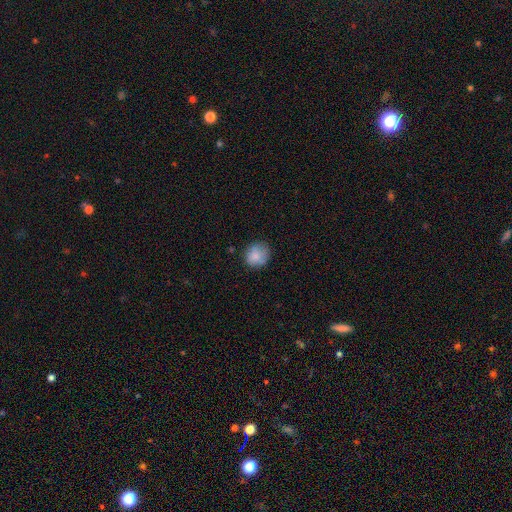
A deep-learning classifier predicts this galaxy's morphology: Smooth or featured?
  - smooth: 84% *
  - featured or disk: 8%
  - star or artifact: 8%
How rounded?
  - round: 82% *
  - in between: 17%
  - cigar-shaped: 1%
Merging?
  - none: 76% *
  - minor disturbance: 18%
  - major disturbance: 4%
  - merger: 1%